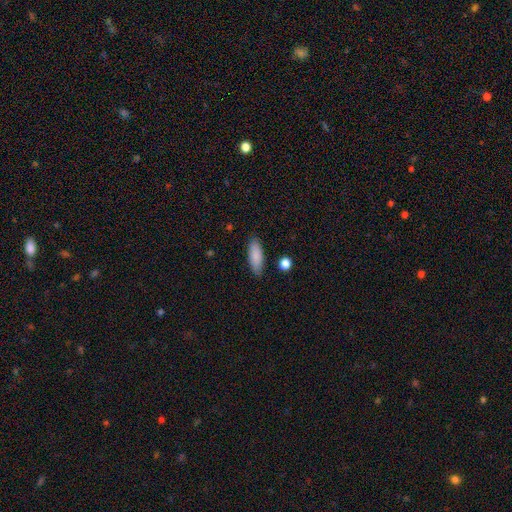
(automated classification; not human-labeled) Smooth or featured? Predicted: smooth (p=0.86). How rounded? Predicted: in between (p=0.67). Merging? Predicted: none (p=0.85).